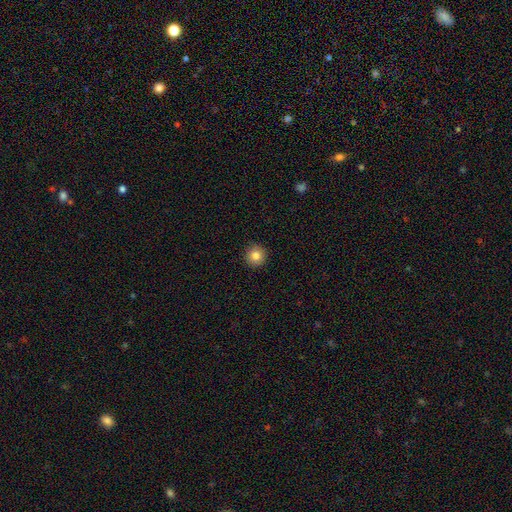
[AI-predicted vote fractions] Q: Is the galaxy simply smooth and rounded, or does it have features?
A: smooth — 83%.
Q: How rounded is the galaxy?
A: round — 95%.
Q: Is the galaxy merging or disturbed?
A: none — 93%.